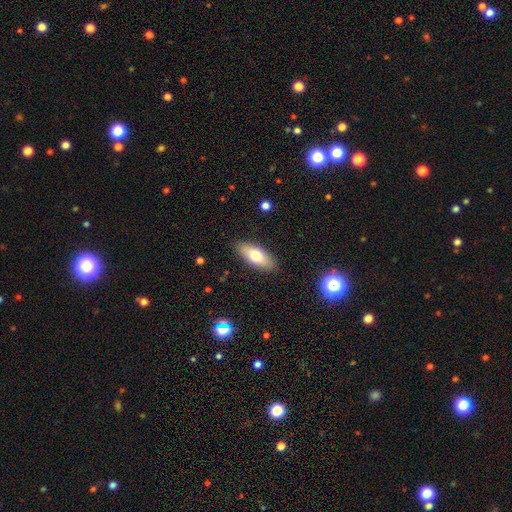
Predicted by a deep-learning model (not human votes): Smooth or featured? Predicted: smooth (p=0.71). How rounded? Predicted: in between (p=0.80). Merging? Predicted: none (p=0.88).